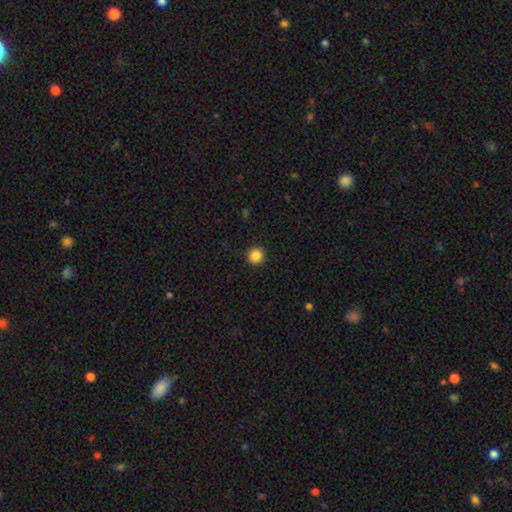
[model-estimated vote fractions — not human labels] Q: Smooth or featured?
A: smooth (86%); runner-up: star or artifact (10%)
Q: How rounded?
A: round (96%); runner-up: in between (3%)
Q: Merging?
A: none (93%); runner-up: minor disturbance (4%)